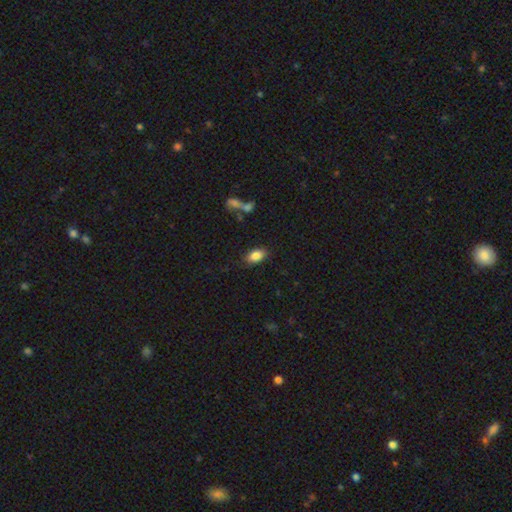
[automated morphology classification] Smooth or featured? smooth (85%)
How rounded? in between (91%)
Merging? none (83%)